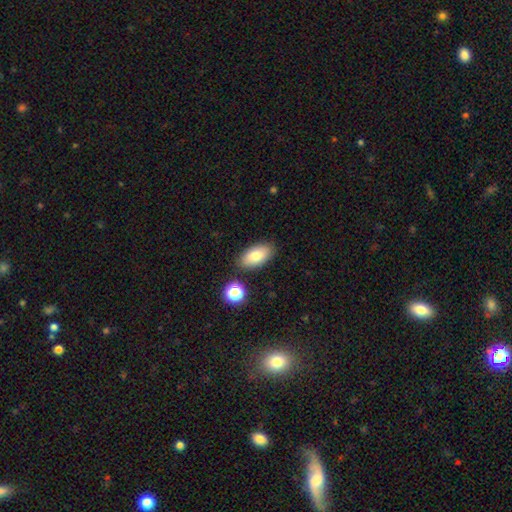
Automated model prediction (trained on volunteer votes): smooth-or-featured: smooth: 81% | featured or disk: 11% | star or artifact: 8%
  how-rounded: in between: 93% | round: 4% | cigar-shaped: 3%
  merging: none: 83% | minor disturbance: 10% | merger: 4% | major disturbance: 2%